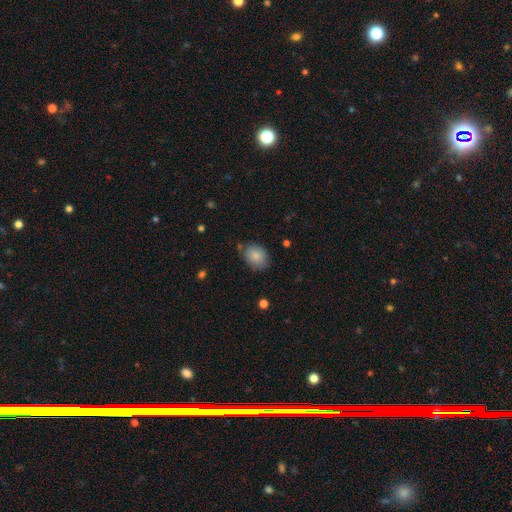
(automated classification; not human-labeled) Q: Smooth or featured?
A: smooth (85%); runner-up: star or artifact (8%)
Q: How rounded?
A: in between (65%); runner-up: round (34%)
Q: Merging?
A: none (74%); runner-up: minor disturbance (19%)